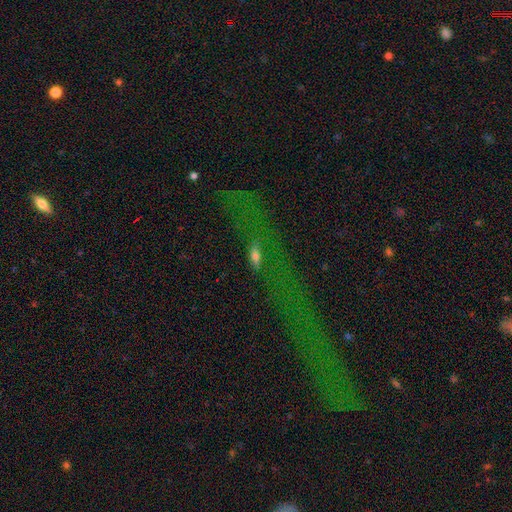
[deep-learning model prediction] This is possibly a smooth galaxy (49%). Merging: possibly none (51%).